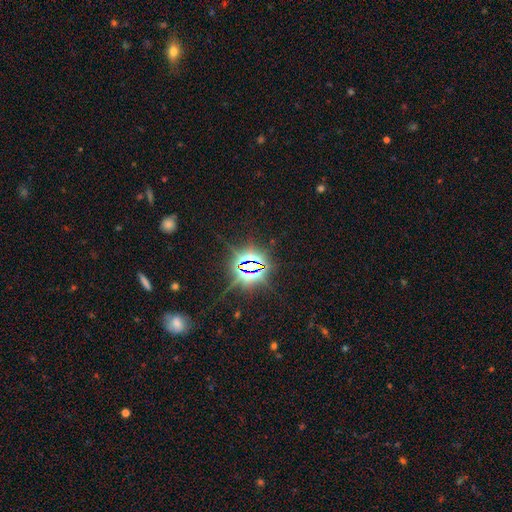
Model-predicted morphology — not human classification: type=star or artifact (84%).